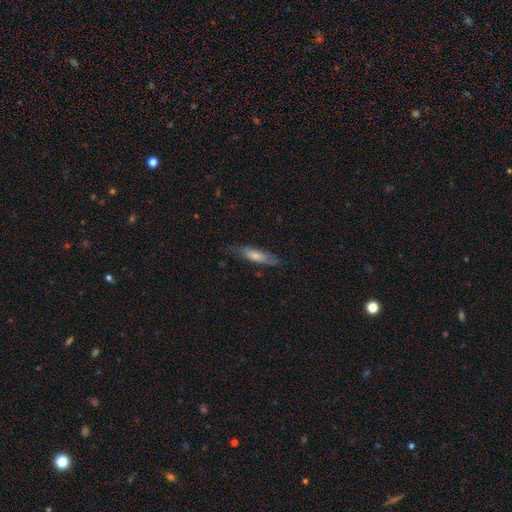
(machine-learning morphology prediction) The model was most divided on "how rounded": cigar-shaped: 60%, in between: 38%, round: 2%. More confident: merging — none (66%); smooth or featured — smooth (65%).